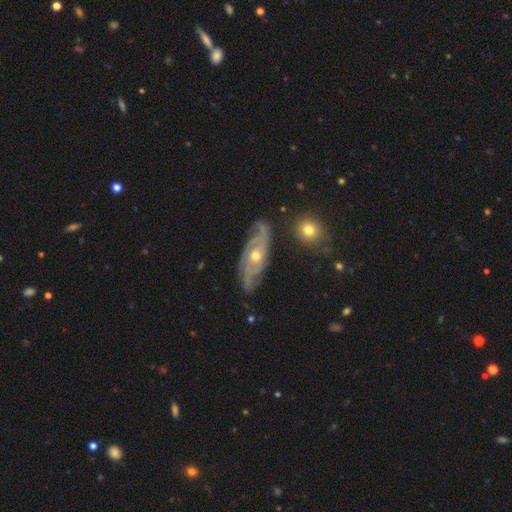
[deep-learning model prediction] smooth_or_featured: featured or disk (p=0.79) [alt: smooth p=0.13]
disk_edge_on: no (p=0.83) [alt: yes p=0.17]
bar: no (p=0.74) [alt: weak p=0.20]
has_spiral_arms: yes (p=0.86) [alt: no p=0.14]
spiral_winding: tight (p=0.57) [alt: medium p=0.32]
spiral_arm_count: 2 (p=0.46) [alt: can't tell p=0.34]
bulge_size: moderate (p=0.60) [alt: small p=0.36]
merging: none (p=0.78) [alt: minor disturbance p=0.15]